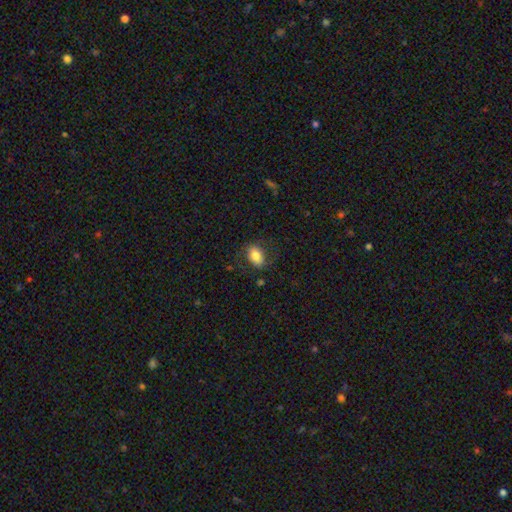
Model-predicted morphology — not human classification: Smooth or featured? smooth (77%)
How rounded? in between (87%)
Merging? none (75%)